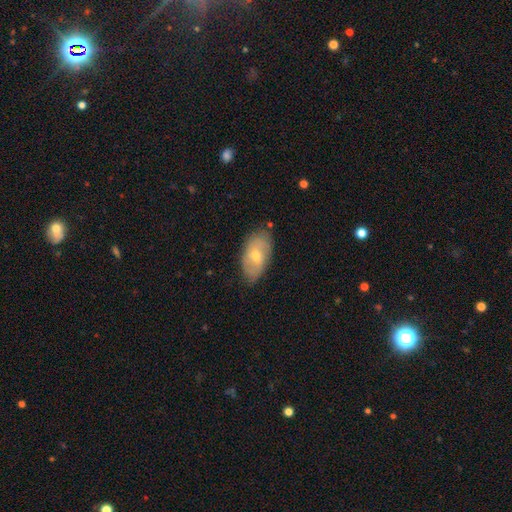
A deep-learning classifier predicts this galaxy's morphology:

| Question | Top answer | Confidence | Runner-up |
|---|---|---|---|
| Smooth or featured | smooth | 49% | featured or disk (44%) |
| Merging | none | 77% | minor disturbance (18%) |